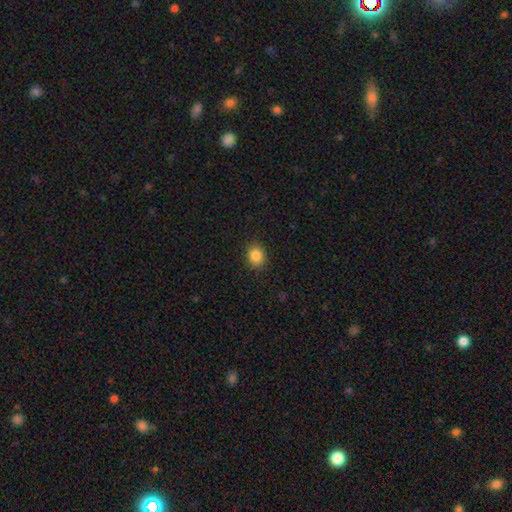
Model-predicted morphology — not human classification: smooth 86%, star or artifact 10%, featured or disk 4%. Down the decision tree: how rounded — round (60%); merging — none (89%).